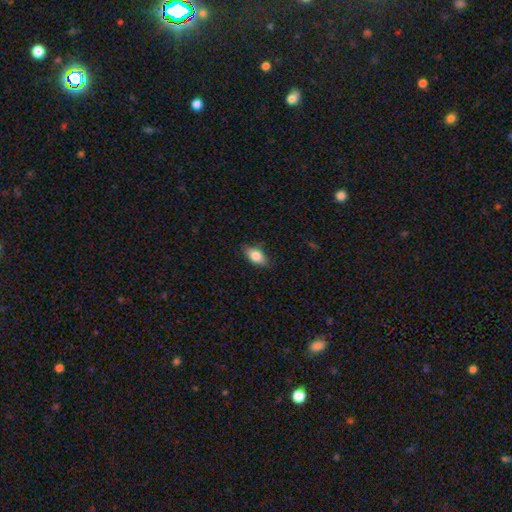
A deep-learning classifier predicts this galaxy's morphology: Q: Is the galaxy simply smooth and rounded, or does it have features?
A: smooth — 83%.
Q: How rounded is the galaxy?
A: in between — 90%.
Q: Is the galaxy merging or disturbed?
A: none — 82%.